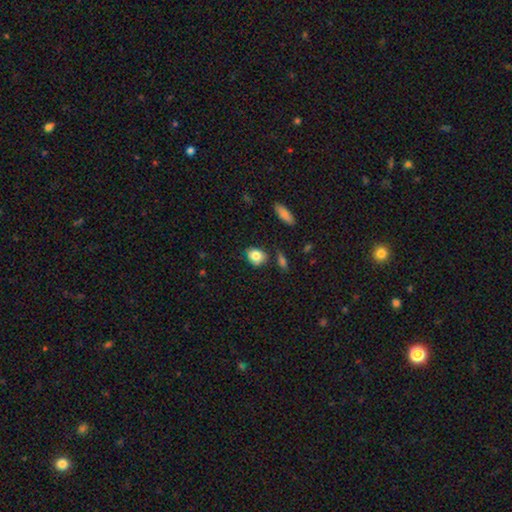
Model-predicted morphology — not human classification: A smooth galaxy with no disk features (82%) that is round (52%).

Vote fractions:
- Smooth or featured? smooth: 82% / featured or disk: 10% / star or artifact: 8%
- How rounded? round: 52% / in between: 46% / cigar-shaped: 2%
- Merging? none: 73% / minor disturbance: 18% / merger: 5% / major disturbance: 4%